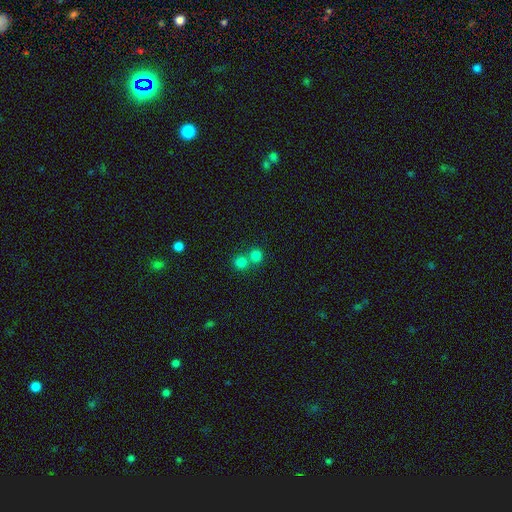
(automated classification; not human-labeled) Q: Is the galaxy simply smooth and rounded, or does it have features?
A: smooth — 78%.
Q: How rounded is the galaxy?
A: round — 89%.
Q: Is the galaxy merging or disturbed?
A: none — 52%.